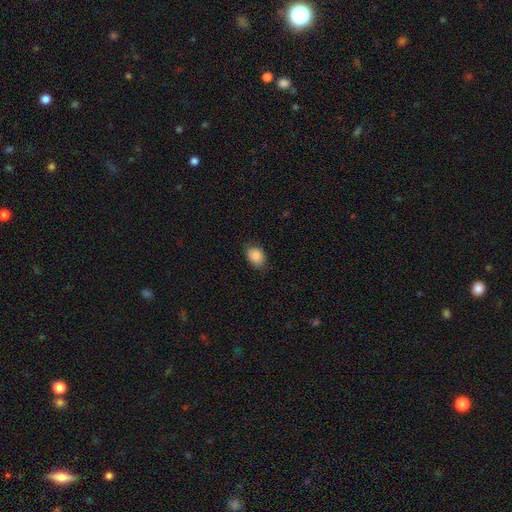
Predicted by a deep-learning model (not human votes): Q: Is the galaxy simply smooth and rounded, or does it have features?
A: smooth — 87%.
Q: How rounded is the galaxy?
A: in between — 71%.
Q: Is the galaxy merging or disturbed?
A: none — 76%.